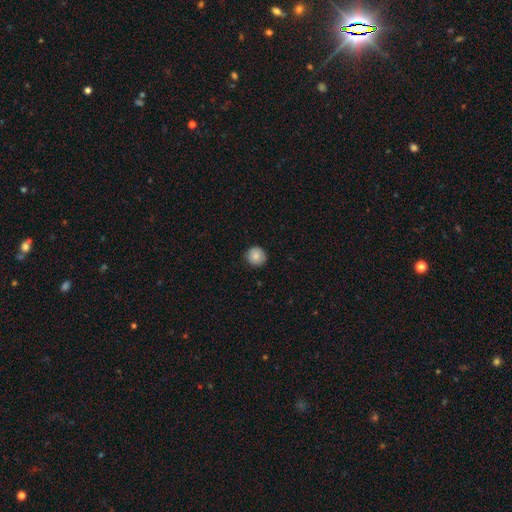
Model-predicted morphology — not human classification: A smooth galaxy with no disk features (85%) that is round (92%).

Vote fractions:
- Smooth or featured? smooth: 85% / star or artifact: 8% / featured or disk: 7%
- How rounded? round: 92% / in between: 7% / cigar-shaped: 1%
- Merging? none: 88% / minor disturbance: 9% / major disturbance: 2% / merger: 1%